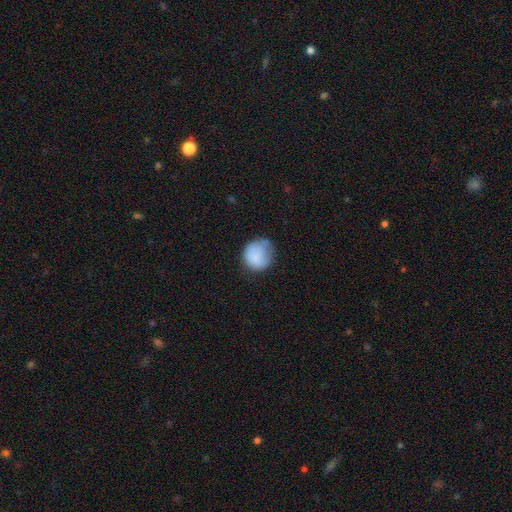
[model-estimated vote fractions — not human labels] Overall: smooth (82%). How rounded: round (81%). Merging: none (49%; minor disturbance 35%).